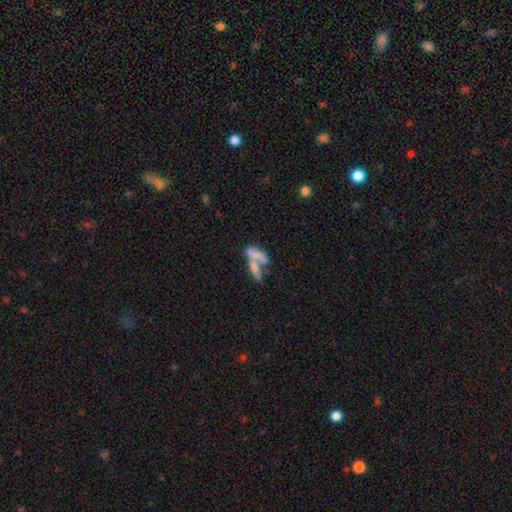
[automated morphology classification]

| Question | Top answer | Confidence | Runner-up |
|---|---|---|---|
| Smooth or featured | smooth | 57% | featured or disk (32%) |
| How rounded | in between | 58% | cigar-shaped (38%) |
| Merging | merger | 64% | none (18%) |